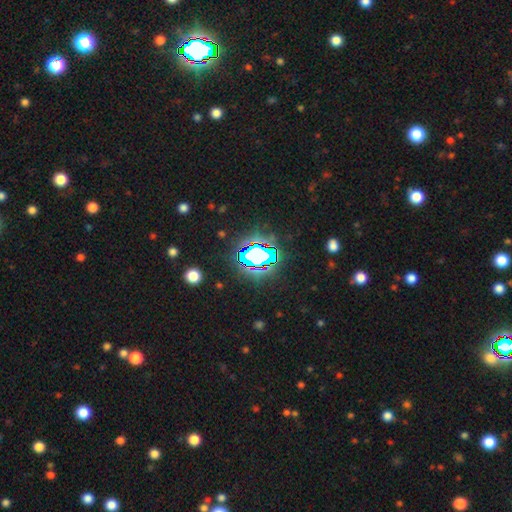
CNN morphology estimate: Overall: star or artifact (69%).